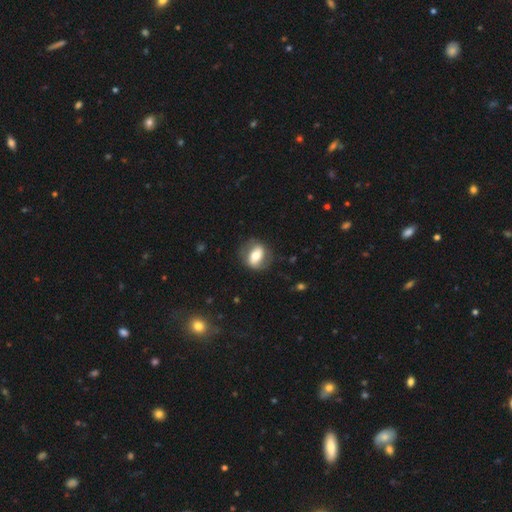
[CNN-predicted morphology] smooth-or-featured: smooth: 50% | featured or disk: 43% | star or artifact: 7%
  merging: none: 76% | minor disturbance: 15% | major disturbance: 7% | merger: 1%